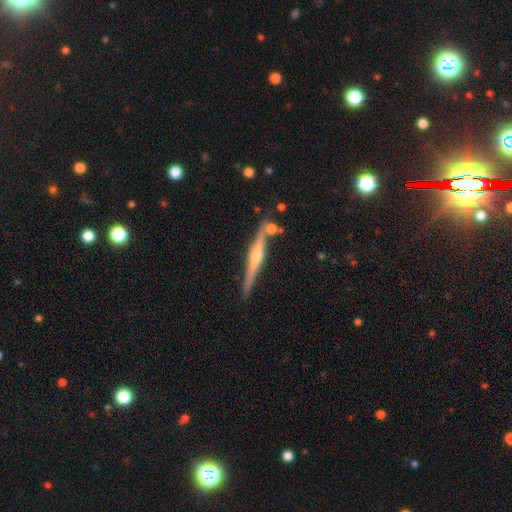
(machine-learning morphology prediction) Smooth or featured: featured or disk — 78% (smooth — 16%)
Edge-on disk: yes — 98% (no — 2%)
Edge-on bulge: rounded — 87% (none — 7%)
Merging: none — 83% (minor disturbance — 9%)